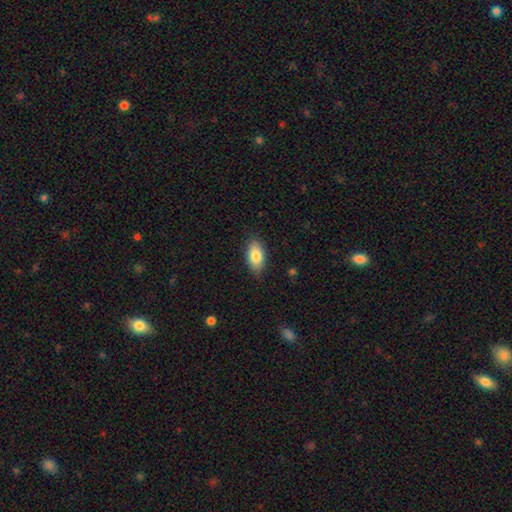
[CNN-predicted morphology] Smooth or featured? smooth (82%)
How rounded? in between (91%)
Merging? none (84%)